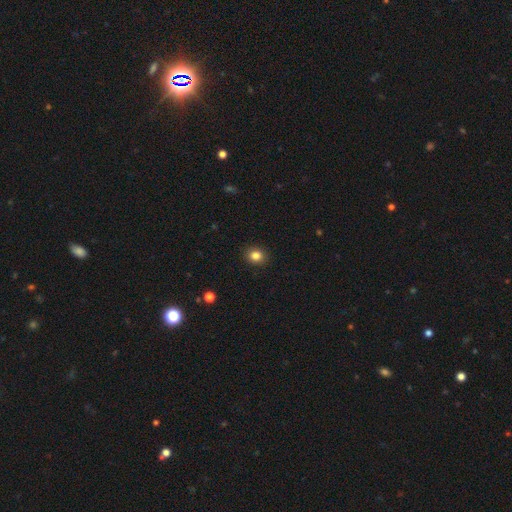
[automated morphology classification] smooth_or_featured: smooth (p=0.84) [alt: star or artifact p=0.11]
how_rounded: round (p=0.70) [alt: in between p=0.29]
merging: none (p=0.91) [alt: minor disturbance p=0.06]